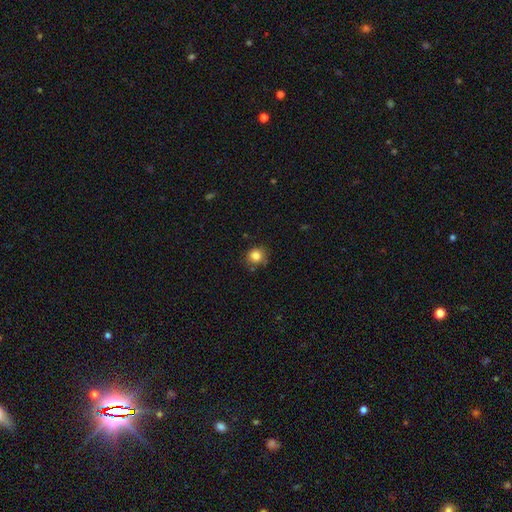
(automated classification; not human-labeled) Morphology: type=smooth (84%); roundness=round (85%); merging=none (78%).